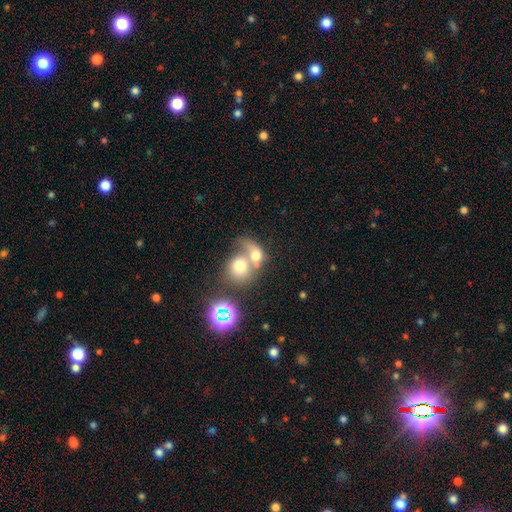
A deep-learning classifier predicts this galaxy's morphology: Smooth or featured? Predicted: smooth (p=0.63). How rounded? Predicted: round (p=0.60). Merging? Predicted: merger (p=0.67).